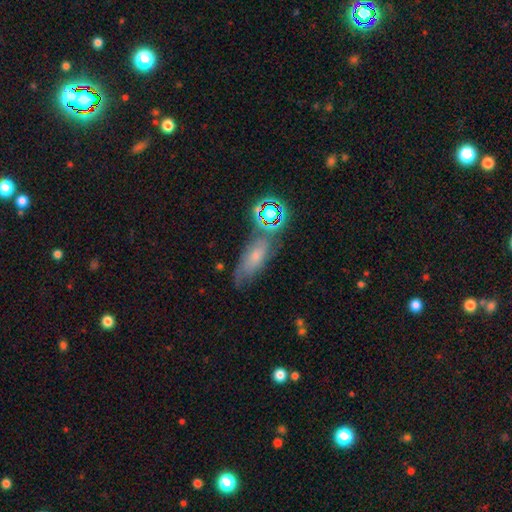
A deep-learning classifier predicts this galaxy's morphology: A featured or disk galaxy (41%).

Vote fractions:
- Smooth or featured? featured or disk: 41% / smooth: 38% / star or artifact: 21%
- Merging? none: 56% / minor disturbance: 23% / major disturbance: 11% / merger: 10%